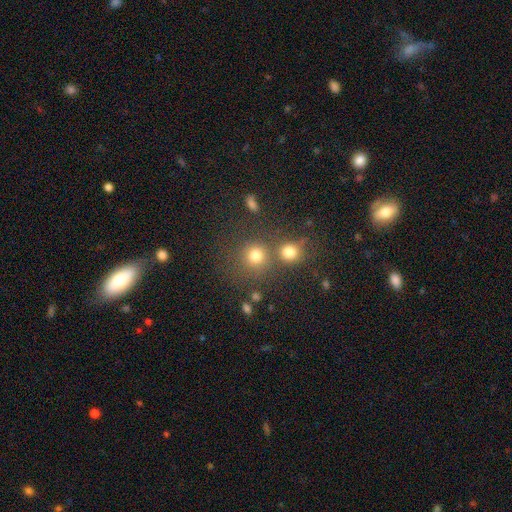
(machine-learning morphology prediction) smooth_or_featured: smooth (p=0.76) [alt: star or artifact p=0.16]
how_rounded: round (p=0.88) [alt: in between p=0.11]
merging: none (p=0.61) [alt: merger p=0.25]